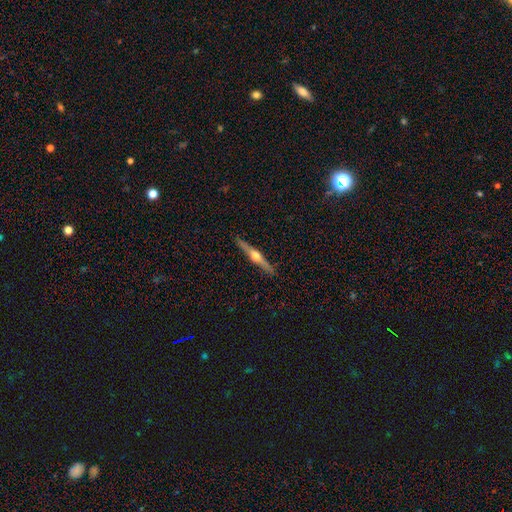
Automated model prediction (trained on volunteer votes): Q: Smooth or featured?
A: featured or disk (73%); runner-up: smooth (21%)
Q: Edge-on disk?
A: yes (98%); runner-up: no (2%)
Q: Edge-on bulge?
A: rounded (94%); runner-up: boxy (3%)
Q: Merging?
A: none (91%); runner-up: minor disturbance (7%)